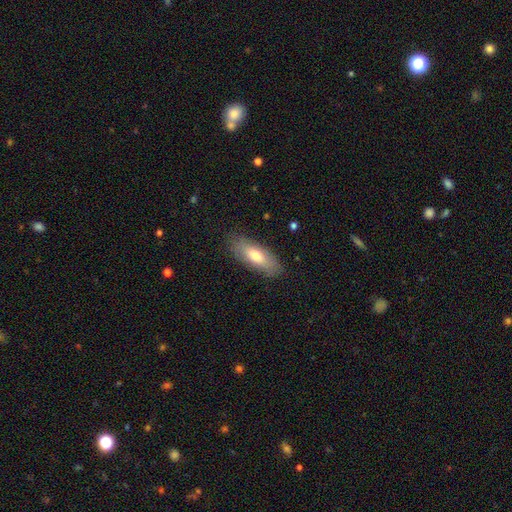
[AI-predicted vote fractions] Q: Smooth or featured?
A: smooth (72%); runner-up: featured or disk (22%)
Q: How rounded?
A: in between (71%); runner-up: cigar-shaped (27%)
Q: Merging?
A: none (84%); runner-up: minor disturbance (12%)